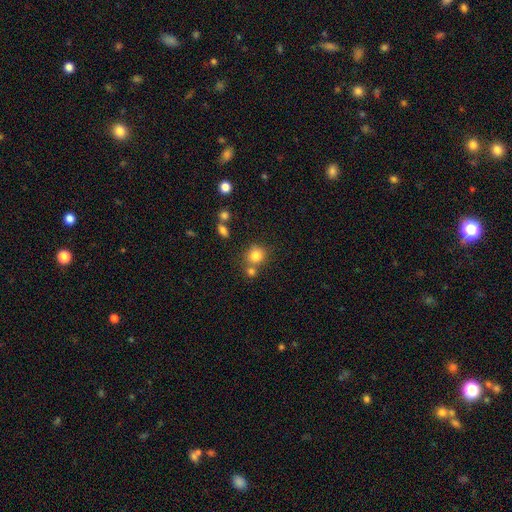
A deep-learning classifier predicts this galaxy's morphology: smooth 81%, star or artifact 12%, featured or disk 7%. Down the decision tree: how rounded — round (82%); merging — none (61%).